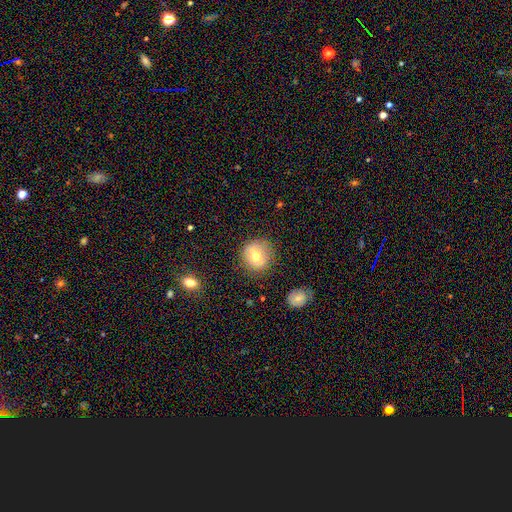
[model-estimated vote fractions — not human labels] Q: Smooth or featured?
A: smooth (63%); runner-up: featured or disk (28%)
Q: How rounded?
A: round (82%); runner-up: in between (17%)
Q: Merging?
A: none (80%); runner-up: minor disturbance (14%)